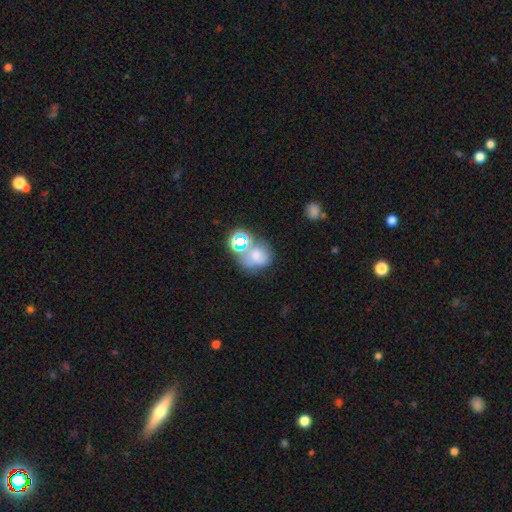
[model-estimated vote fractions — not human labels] Smooth or featured: smooth — 60% (star or artifact — 24%)
How rounded: round — 63% (in between — 36%)
Merging: none — 42% (merger — 31%)